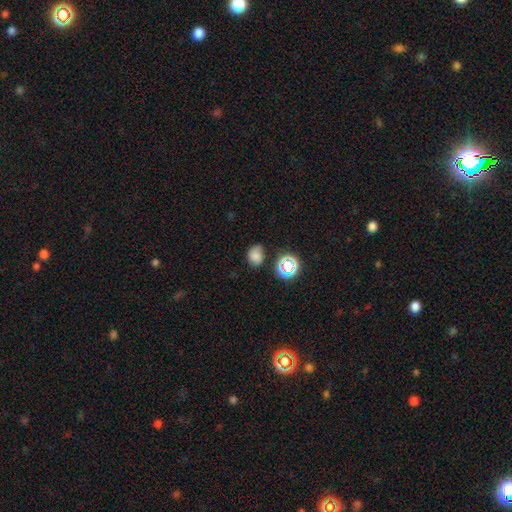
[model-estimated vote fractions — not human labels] Q: Smooth or featured?
A: smooth (74%); runner-up: star or artifact (18%)
Q: How rounded?
A: in between (52%); runner-up: round (47%)
Q: Merging?
A: none (66%); runner-up: minor disturbance (23%)